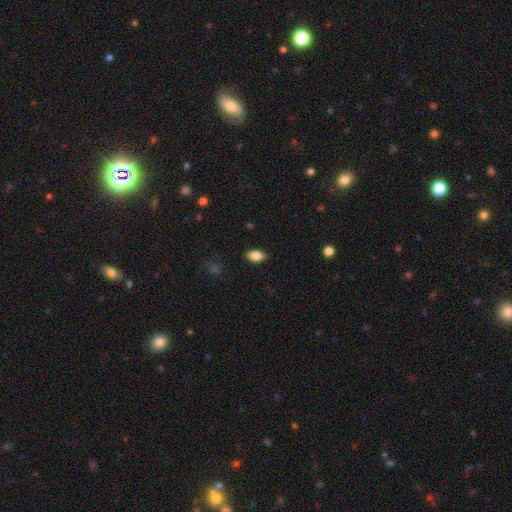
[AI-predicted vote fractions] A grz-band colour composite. It shows a smooth galaxy with no disk features (82%) that is in between round and cigar-shaped (89%). Merging: none (87%).